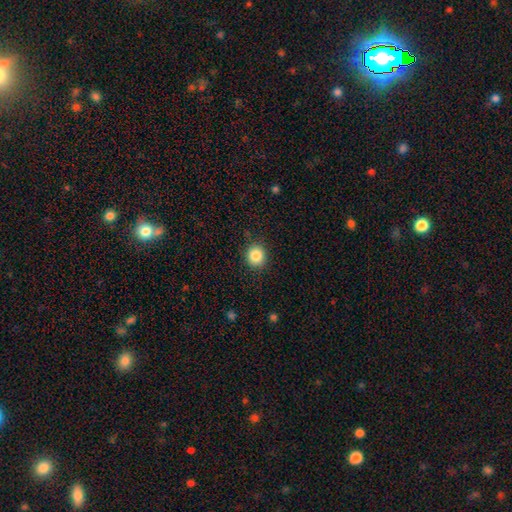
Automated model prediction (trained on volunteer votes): A smooth galaxy with no disk features (85%) that is round (88%).

Vote fractions:
- Smooth or featured? smooth: 85% / star or artifact: 10% / featured or disk: 5%
- How rounded? round: 88% / in between: 11% / cigar-shaped: 1%
- Merging? none: 90% / minor disturbance: 7% / major disturbance: 2% / merger: 1%